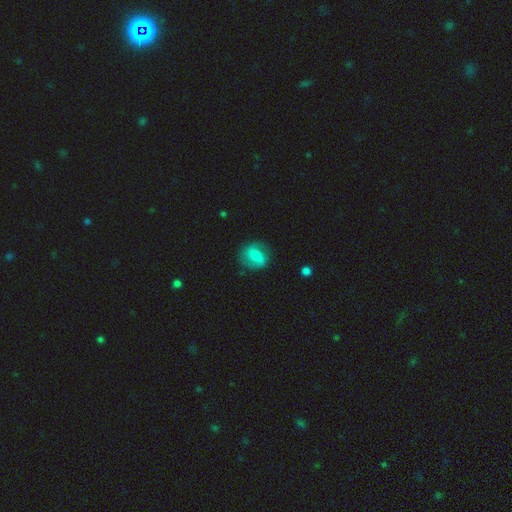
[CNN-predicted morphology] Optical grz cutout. It shows a smooth galaxy with no disk features (48%). Merging: none (73%).